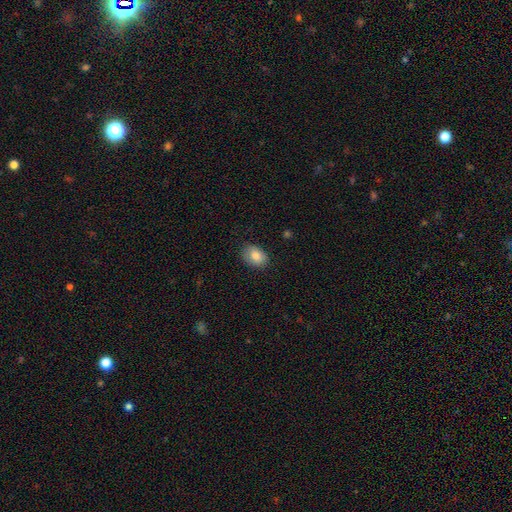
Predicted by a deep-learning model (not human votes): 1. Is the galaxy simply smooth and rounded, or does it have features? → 85% smooth, 8% featured or disk, 7% star or artifact.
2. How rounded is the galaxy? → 79% in between, 20% round, 1% cigar-shaped.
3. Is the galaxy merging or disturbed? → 84% none, 13% minor disturbance, 3% major disturbance, 1% merger.